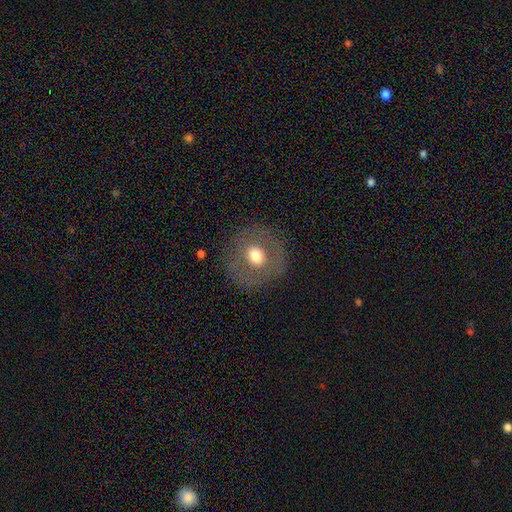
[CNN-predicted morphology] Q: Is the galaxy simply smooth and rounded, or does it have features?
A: smooth — 60%.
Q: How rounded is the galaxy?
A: round — 79%.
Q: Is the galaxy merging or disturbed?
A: none — 81%.